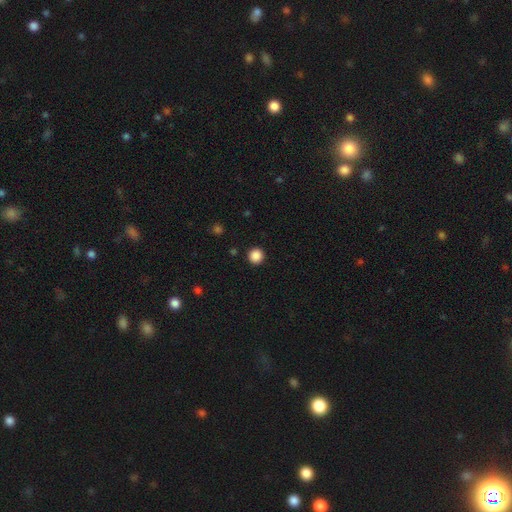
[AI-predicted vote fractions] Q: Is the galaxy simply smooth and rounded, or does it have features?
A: smooth — 87%.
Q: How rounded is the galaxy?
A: round — 94%.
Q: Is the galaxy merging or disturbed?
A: none — 93%.